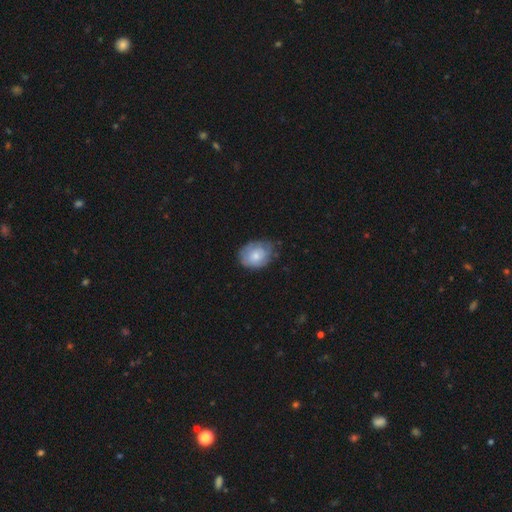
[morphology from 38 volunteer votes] A smooth galaxy with no disk features (71%) that is round (59%).

Vote fractions:
- Smooth or featured? smooth: 71% / featured or disk: 26% / star or artifact: 3%
- How rounded? round: 59% / in between: 41% / cigar-shaped: 0%
- Merging? none: 59% / minor disturbance: 27% / major disturbance: 11% / merger: 3%